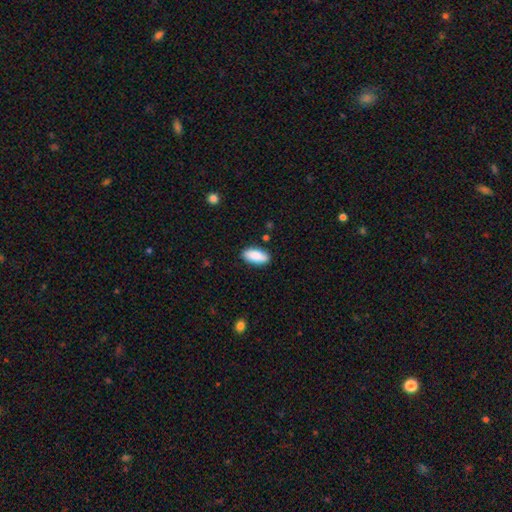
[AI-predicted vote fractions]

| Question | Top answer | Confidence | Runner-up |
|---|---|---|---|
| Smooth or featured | smooth | 89% | star or artifact (6%) |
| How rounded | in between | 89% | cigar-shaped (9%) |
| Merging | none | 86% | minor disturbance (10%) |